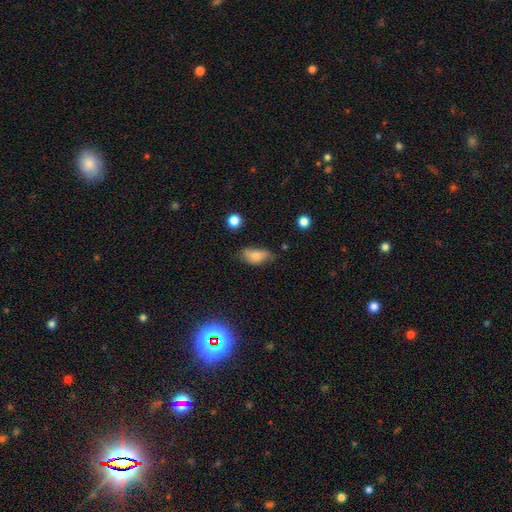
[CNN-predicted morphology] Q: Smooth or featured?
A: smooth (71%); runner-up: featured or disk (18%)
Q: How rounded?
A: in between (89%); runner-up: round (6%)
Q: Merging?
A: none (46%); runner-up: minor disturbance (37%)